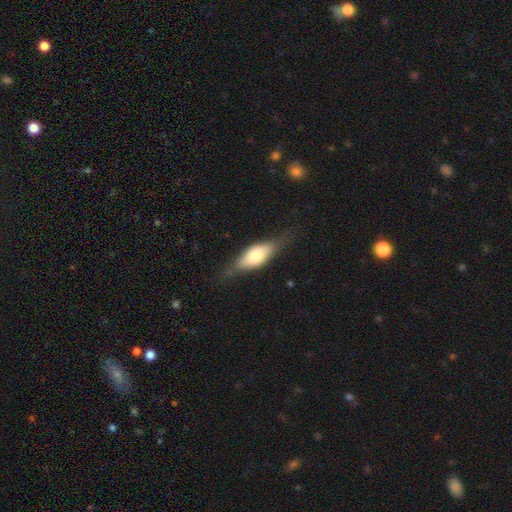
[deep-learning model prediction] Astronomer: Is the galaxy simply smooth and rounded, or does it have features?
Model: smooth — 59% (runner-up: featured or disk, 35%).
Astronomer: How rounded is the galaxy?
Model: in between — 75%.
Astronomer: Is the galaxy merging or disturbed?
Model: none — 67%.